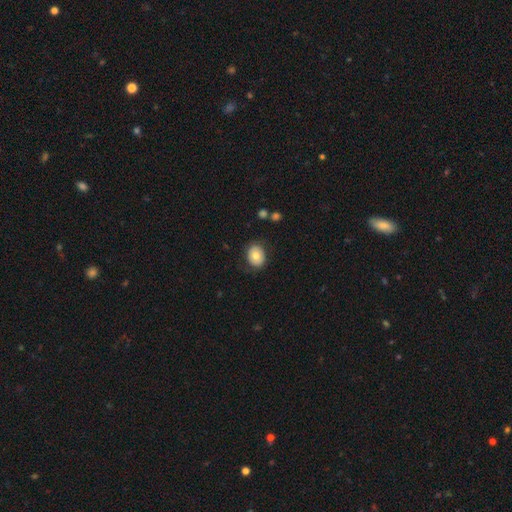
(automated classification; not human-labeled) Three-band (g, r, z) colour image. It shows a smooth galaxy with no disk features (73%) that is round (52%). Merging: none (81%).